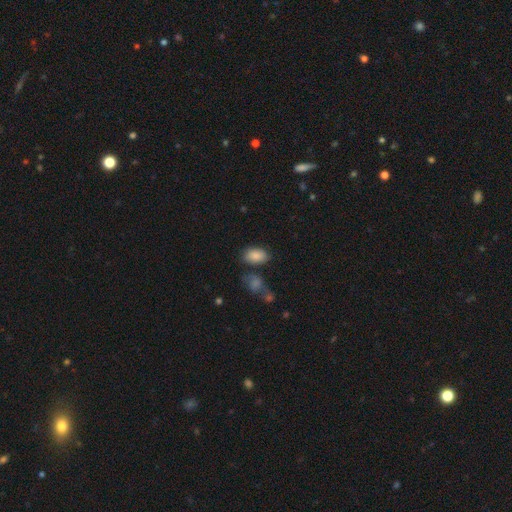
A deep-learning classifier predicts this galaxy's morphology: A smooth galaxy with no disk features (85%) that is in between round and cigar-shaped (90%). Merging: none (70%).